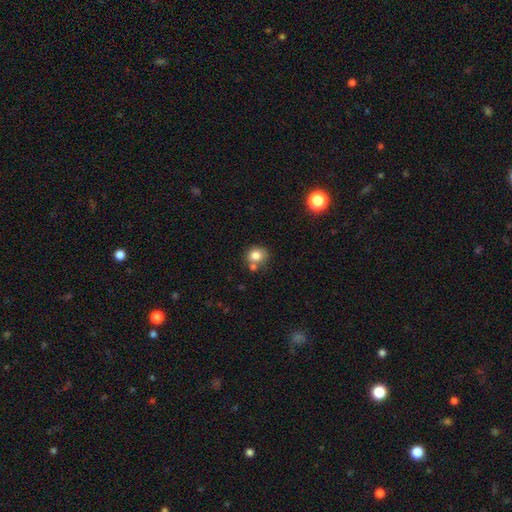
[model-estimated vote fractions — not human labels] The model was most divided on "merging": none: 60%, merger: 23%, minor disturbance: 13%, major disturbance: 4%. More confident: smooth or featured — smooth (80%); how rounded — round (76%).